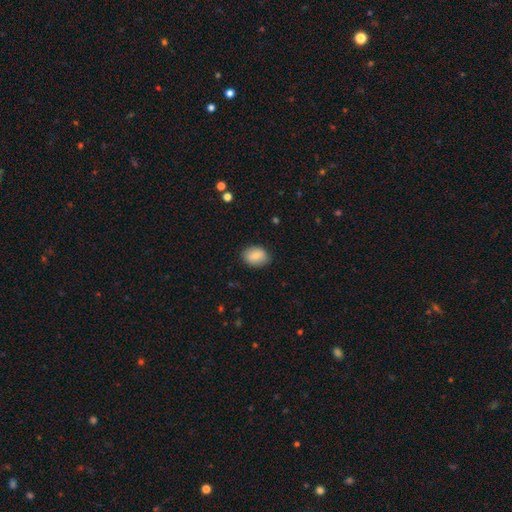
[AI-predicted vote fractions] This appears to be a smooth galaxy with no disk features (80%) that is in between round and cigar-shaped (72%). Merging: none (84%).